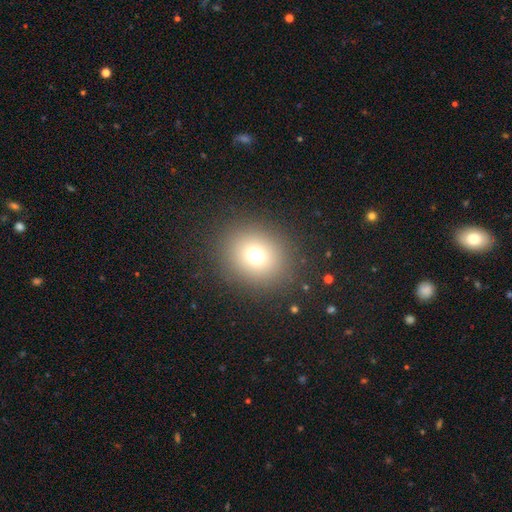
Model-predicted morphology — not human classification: Smooth or featured: smooth — 71% (star or artifact — 18%)
How rounded: round — 78% (in between — 21%)
Merging: none — 87% (minor disturbance — 7%)